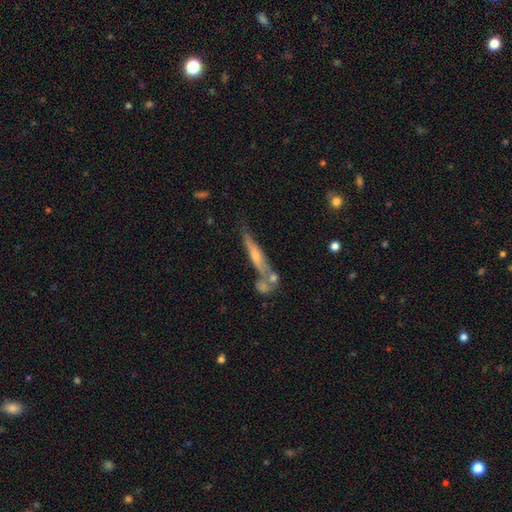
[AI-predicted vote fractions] Q: Smooth or featured?
A: featured or disk (60%); runner-up: smooth (32%)
Q: Edge-on disk?
A: yes (84%); runner-up: no (16%)
Q: Edge-on bulge?
A: rounded (69%); runner-up: none (24%)
Q: Merging?
A: none (49%); runner-up: merger (27%)